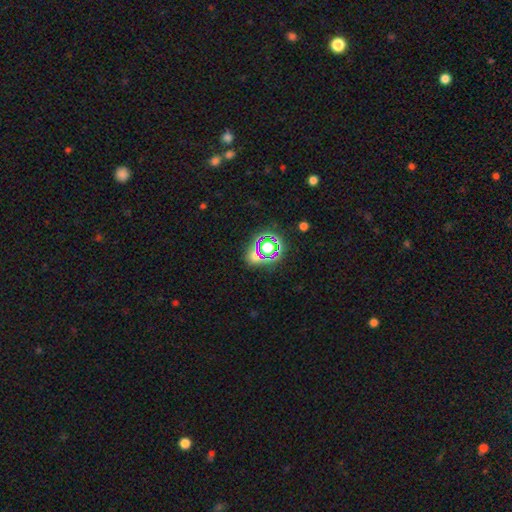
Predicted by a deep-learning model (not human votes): Q: Smooth or featured?
A: star or artifact (75%); runner-up: smooth (16%)